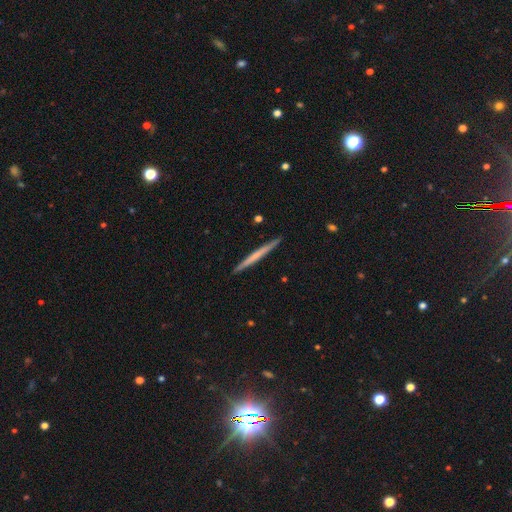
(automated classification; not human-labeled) smooth-or-featured: featured or disk: 48% | smooth: 47% | star or artifact: 5%
  merging: none: 92% | minor disturbance: 6% | major disturbance: 1% | merger: 1%